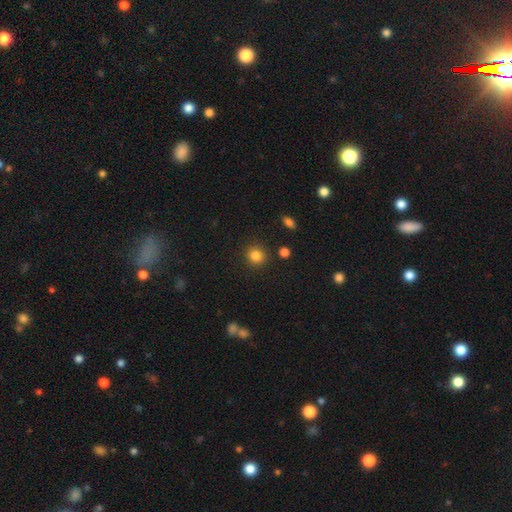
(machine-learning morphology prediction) Smooth or featured: smooth — 84% (star or artifact — 11%)
How rounded: round — 89% (in between — 10%)
Merging: none — 88% (minor disturbance — 7%)